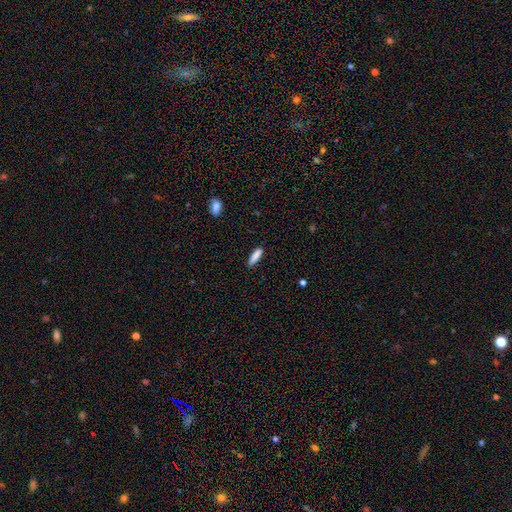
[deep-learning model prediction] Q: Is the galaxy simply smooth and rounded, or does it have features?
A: smooth — 86%.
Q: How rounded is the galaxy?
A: cigar-shaped — 67%.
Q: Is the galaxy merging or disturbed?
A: none — 86%.